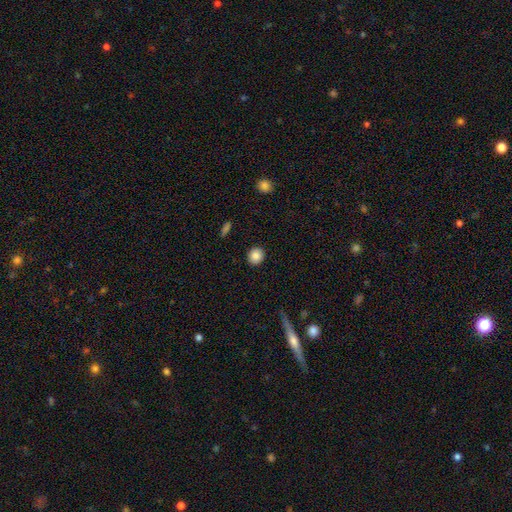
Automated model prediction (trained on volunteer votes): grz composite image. It shows a smooth galaxy with no disk features (87%) that is round (84%). Merging: none (91%).